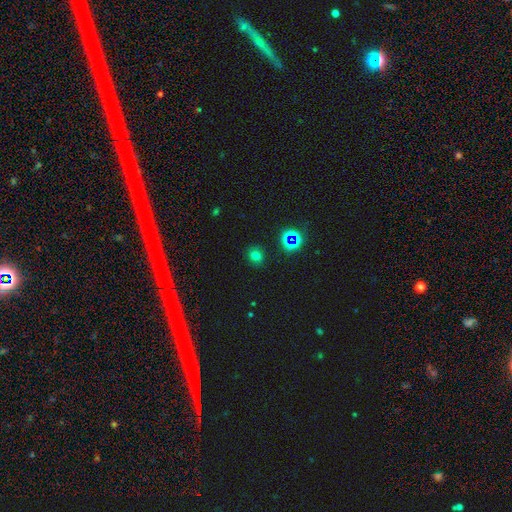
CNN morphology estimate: Smooth or featured? smooth (69%)
How rounded? round (75%)
Merging? none (87%)